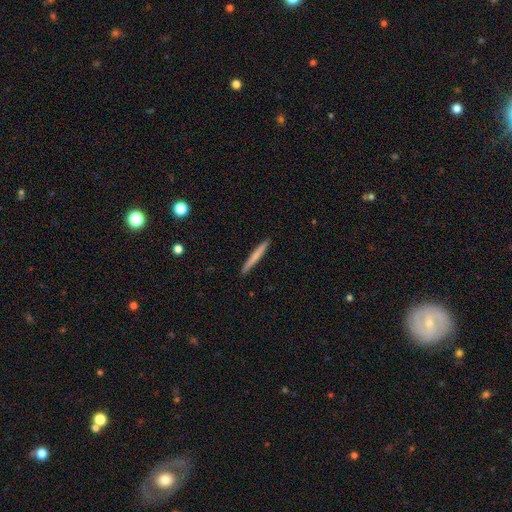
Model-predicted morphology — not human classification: smooth-or-featured: smooth: 69% | featured or disk: 26% | star or artifact: 5%
  how-rounded: cigar-shaped: 97% | in between: 2% | round: 1%
  merging: none: 93% | minor disturbance: 5% | major disturbance: 1% | merger: 1%